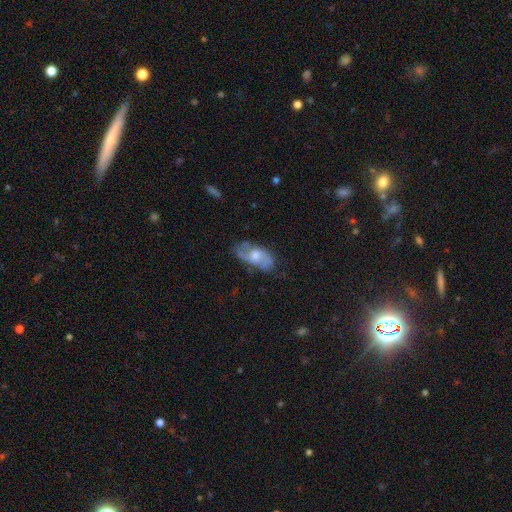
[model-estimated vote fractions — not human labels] smooth-or-featured: featured or disk: 64% | smooth: 28% | star or artifact: 8%
  disk-edge-on: no: 90% | yes: 10%
    bar: no: 62% | weak: 32% | strong: 6%
    has-spiral-arms: yes: 83% | no: 17%
    bulge-size: moderate: 61% | small: 26% | large: 8% | none: 4% | dominant: 1%
  merging: none: 70% | minor disturbance: 21% | major disturbance: 7% | merger: 2%